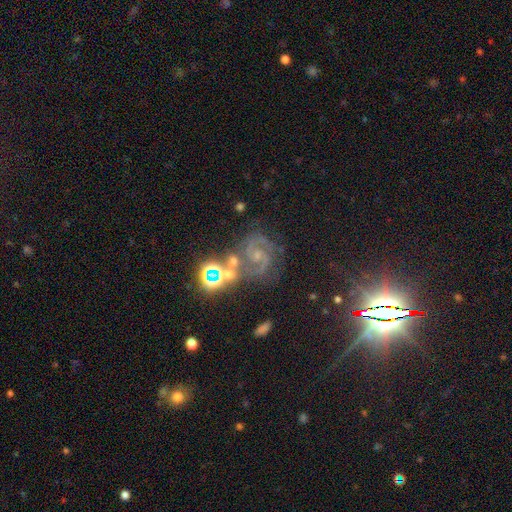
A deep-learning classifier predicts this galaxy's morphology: This appears to be a featured or disk galaxy (72%) with no bar (51%), 2 (70%) medium (47%) spiral arms (96%) and a small central bulge (64%). Merging: none (56%).